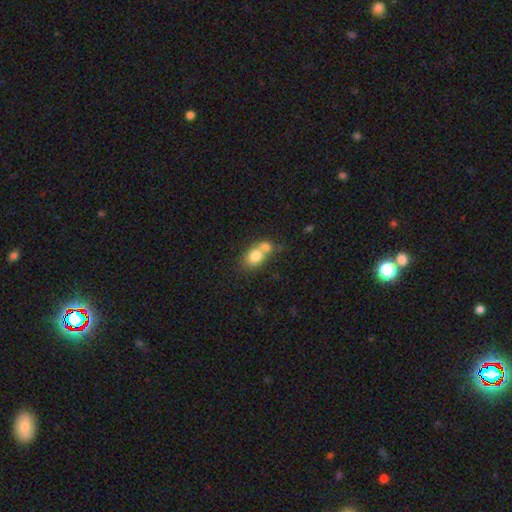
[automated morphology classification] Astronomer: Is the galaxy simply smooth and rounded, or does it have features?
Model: smooth — 76%.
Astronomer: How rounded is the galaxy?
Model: in between — 60% (runner-up: round, 39%).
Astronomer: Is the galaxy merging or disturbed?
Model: merger — 62%.